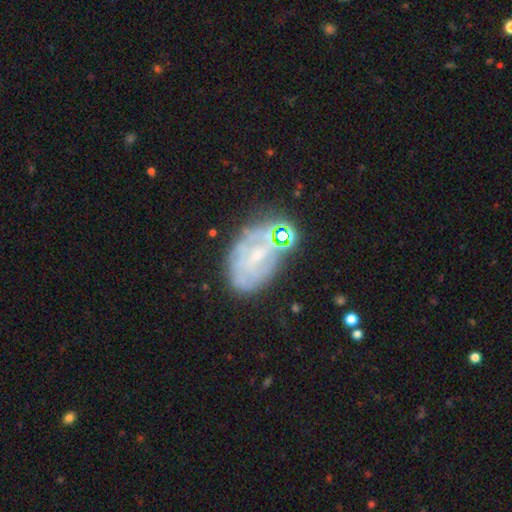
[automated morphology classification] Overall: featured or disk (63%; smooth 24%). Edge-on disk: no (96%). Bar: no (58%; weak 32%). Spiral arms: yes (52%; no 48%). Bulge size: small (58%; none 22%). Merging: none (53%; minor disturbance 23%).